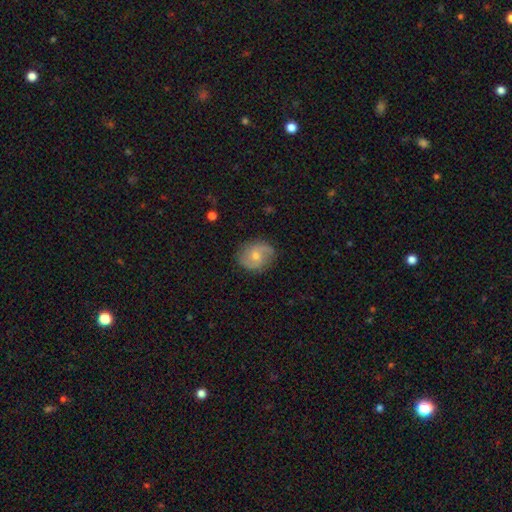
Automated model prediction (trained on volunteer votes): Overall: featured or disk (63%; smooth 29%). Edge-on disk: no (97%). Bar: no (64%; weak 30%). Spiral arms: yes (87%). Spiral arm count: 2 (80%). Spiral winding: medium (44%; tight 31%). Bulge size: moderate (52%; small 45%). Merging: none (81%).